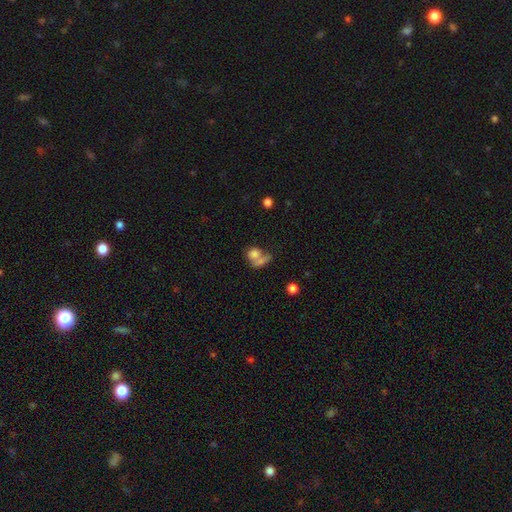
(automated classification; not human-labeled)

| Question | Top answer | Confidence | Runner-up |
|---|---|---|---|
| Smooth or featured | smooth | 74% | featured or disk (15%) |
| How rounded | round | 50% | in between (47%) |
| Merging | merger | 57% | none (25%) |